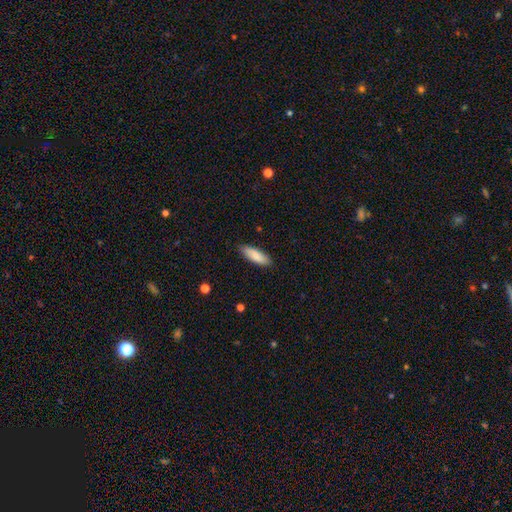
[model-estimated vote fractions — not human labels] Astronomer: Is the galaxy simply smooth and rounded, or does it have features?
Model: smooth — 87%.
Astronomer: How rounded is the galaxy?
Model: in between — 53% (runner-up: cigar-shaped, 46%).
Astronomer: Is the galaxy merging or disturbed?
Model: none — 88%.